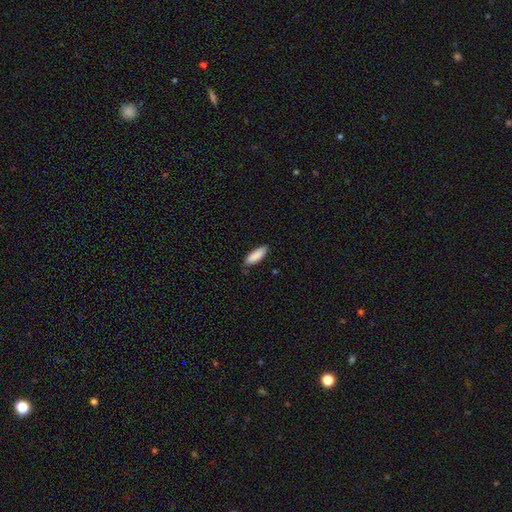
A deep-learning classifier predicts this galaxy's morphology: A smooth galaxy with no disk features (89%) that is in between round and cigar-shaped (60%).

Vote fractions:
- Smooth or featured? smooth: 89% / star or artifact: 6% / featured or disk: 5%
- How rounded? in between: 60% / cigar-shaped: 38% / round: 1%
- Merging? none: 84% / minor disturbance: 13% / major disturbance: 2% / merger: 1%